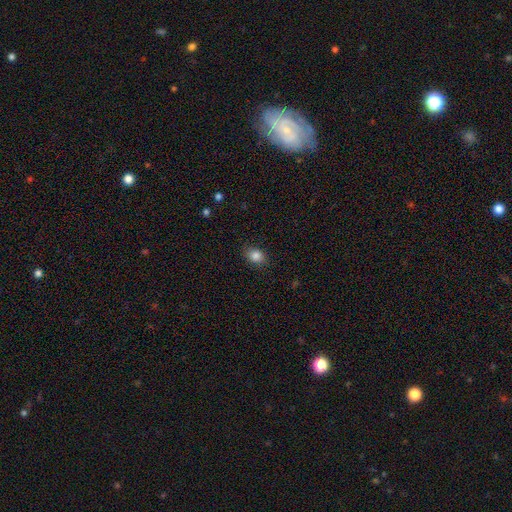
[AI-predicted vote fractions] smooth 85%, star or artifact 10%, featured or disk 5%. Down the decision tree: how rounded — in between (62%); merging — none (85%).